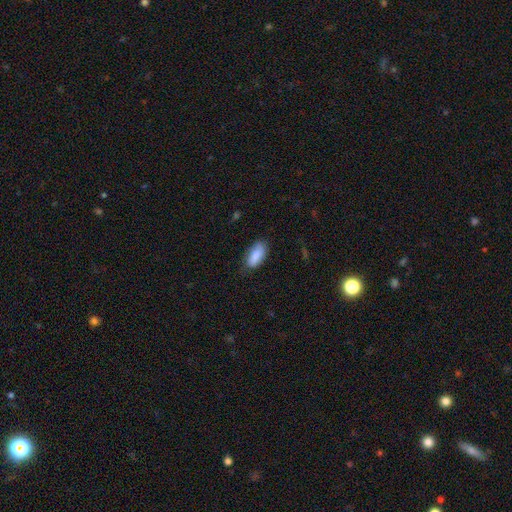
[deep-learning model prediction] Q: Smooth or featured?
A: smooth (86%); runner-up: featured or disk (8%)
Q: How rounded?
A: in between (87%); runner-up: cigar-shaped (11%)
Q: Merging?
A: none (72%); runner-up: minor disturbance (22%)